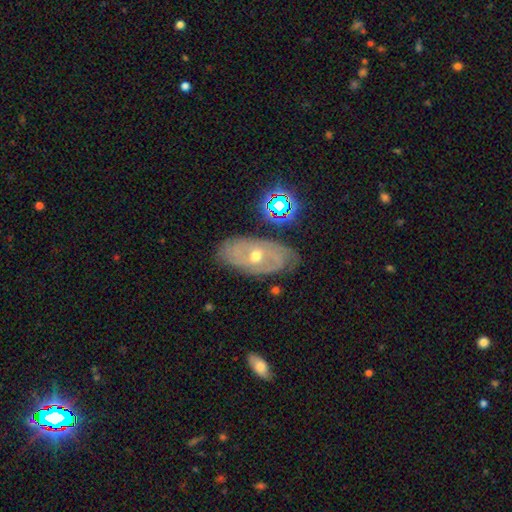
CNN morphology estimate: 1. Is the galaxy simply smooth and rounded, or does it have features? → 73% featured or disk, 15% smooth, 11% star or artifact.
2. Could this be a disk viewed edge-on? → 91% no, 9% yes.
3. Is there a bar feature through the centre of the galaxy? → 70% no, 23% weak, 7% strong.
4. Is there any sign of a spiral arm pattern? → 79% yes, 21% no.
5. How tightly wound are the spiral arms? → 67% tight, 24% medium, 8% loose.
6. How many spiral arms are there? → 46% can't tell, 31% 2, 11% 3, 5% 1, 4% 4, 4% more than 4.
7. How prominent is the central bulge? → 59% moderate, 37% small, 2% large, 1% none, 1% dominant.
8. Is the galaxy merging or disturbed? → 76% none, 17% minor disturbance, 5% major disturbance, 3% merger.